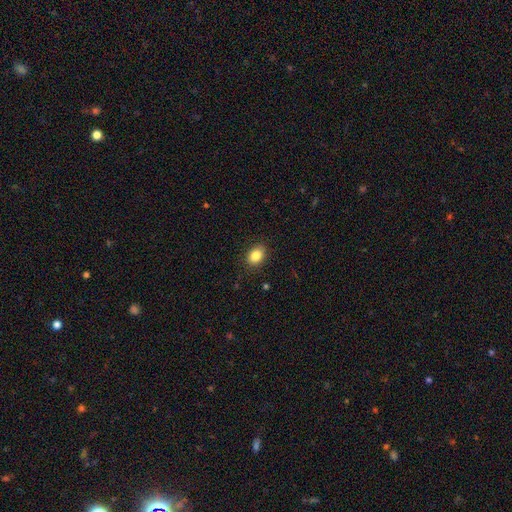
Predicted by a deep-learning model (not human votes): Smooth or featured? Predicted: smooth (p=0.85). How rounded? Predicted: in between (p=0.71). Merging? Predicted: none (p=0.88).